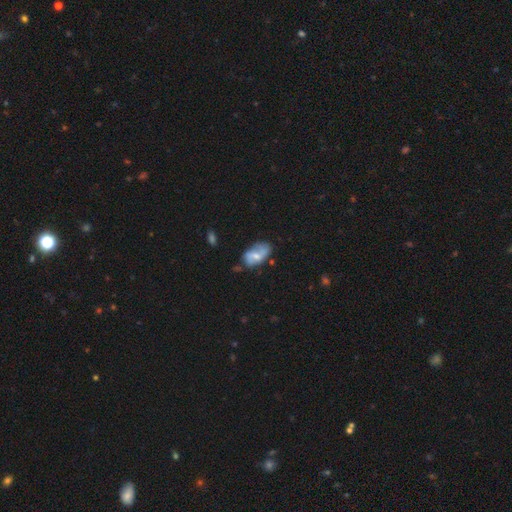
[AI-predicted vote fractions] Smooth or featured: smooth — 48% (featured or disk — 45%)
Merging: none — 50% (minor disturbance — 32%)